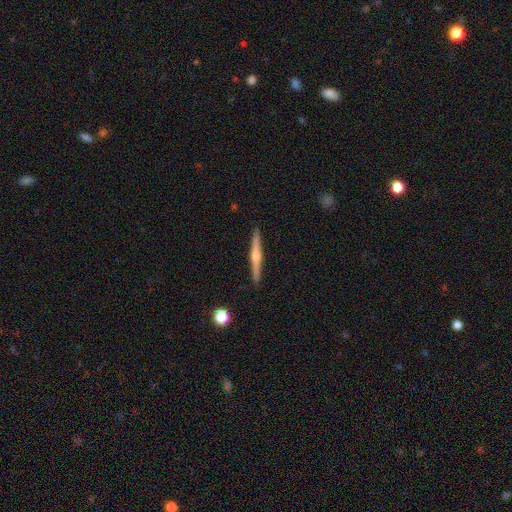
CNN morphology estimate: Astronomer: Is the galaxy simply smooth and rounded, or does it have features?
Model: featured or disk — 76%.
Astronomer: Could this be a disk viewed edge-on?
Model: yes — 98%.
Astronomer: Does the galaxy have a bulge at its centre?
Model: rounded — 87%.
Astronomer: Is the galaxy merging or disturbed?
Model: none — 93%.